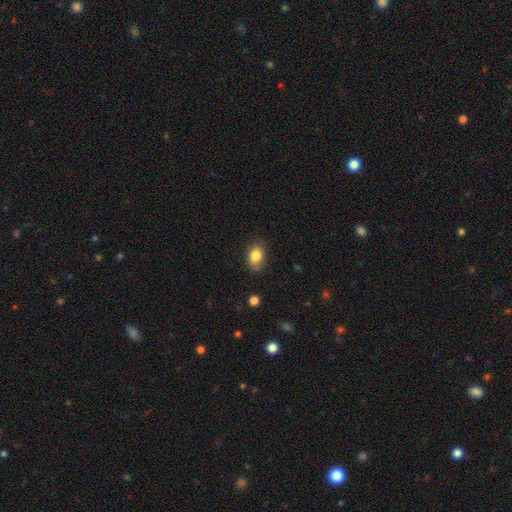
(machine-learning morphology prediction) smooth-or-featured: smooth: 84% | star or artifact: 9% | featured or disk: 8%
  how-rounded: in between: 80% | round: 18% | cigar-shaped: 1%
  merging: none: 78% | minor disturbance: 17% | major disturbance: 3% | merger: 1%